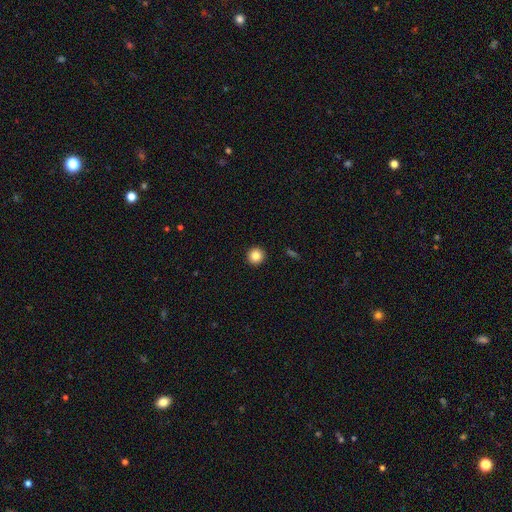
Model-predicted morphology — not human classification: Smooth or featured? smooth (84%)
How rounded? round (95%)
Merging? none (94%)